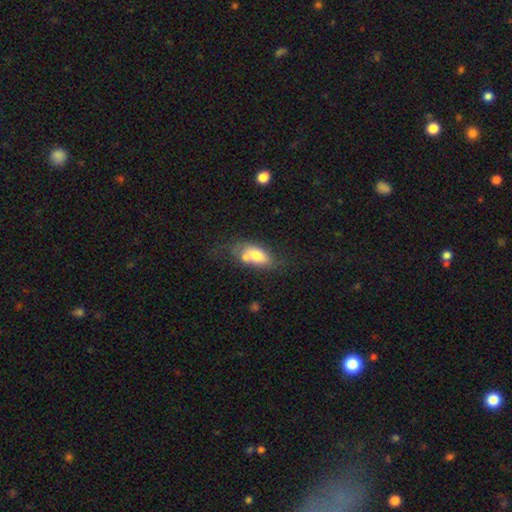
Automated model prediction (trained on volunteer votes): This is likely a smooth galaxy (68%). How rounded: clearly in between (87%). Merging: marginally none (33%).